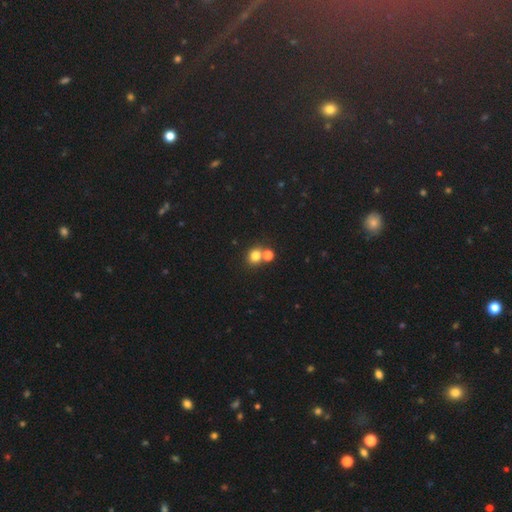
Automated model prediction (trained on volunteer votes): Smooth or featured?
  - smooth: 78% *
  - star or artifact: 15%
  - featured or disk: 7%
How rounded?
  - round: 78% *
  - in between: 21%
  - cigar-shaped: 1%
Merging?
  - none: 56% *
  - merger: 34%
  - minor disturbance: 7%
  - major disturbance: 3%